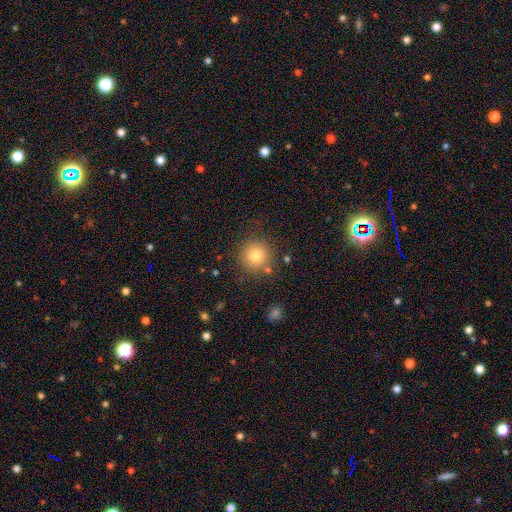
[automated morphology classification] The model was most divided on "smooth or featured": smooth: 79%, star or artifact: 12%, featured or disk: 9%. More confident: how rounded — round (94%); merging — none (84%).